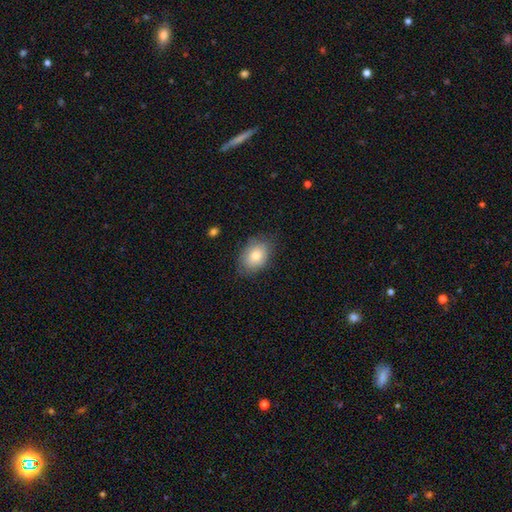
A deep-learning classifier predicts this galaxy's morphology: A smooth galaxy with no disk features (80%) that is in between round and cigar-shaped (76%).

Vote fractions:
- Smooth or featured? smooth: 80% / featured or disk: 13% / star or artifact: 8%
- How rounded? in between: 76% / round: 23% / cigar-shaped: 1%
- Merging? none: 79% / minor disturbance: 17% / major disturbance: 4% / merger: 1%